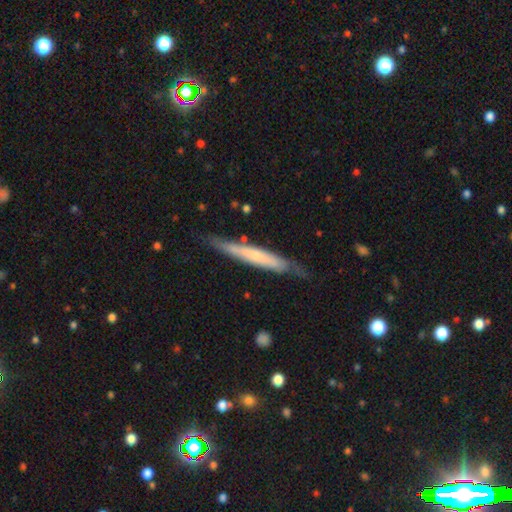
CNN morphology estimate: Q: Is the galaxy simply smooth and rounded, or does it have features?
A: featured or disk — 50%.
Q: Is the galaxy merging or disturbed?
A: none — 72%.